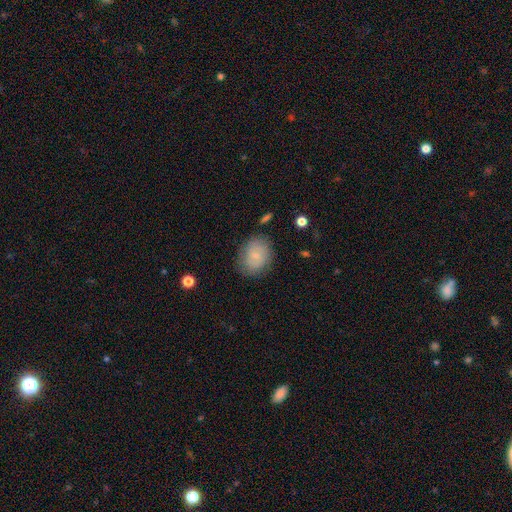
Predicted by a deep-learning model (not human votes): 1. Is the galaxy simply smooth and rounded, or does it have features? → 68% smooth, 24% featured or disk, 8% star or artifact.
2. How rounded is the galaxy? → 51% round, 48% in between, 1% cigar-shaped.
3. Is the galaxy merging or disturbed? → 77% none, 17% minor disturbance, 5% major disturbance, 2% merger.